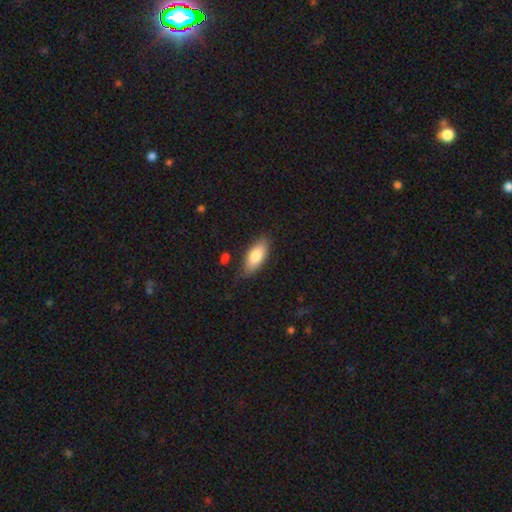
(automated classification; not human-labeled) Overall: smooth (79%). How rounded: in between (82%). Merging: none (78%).